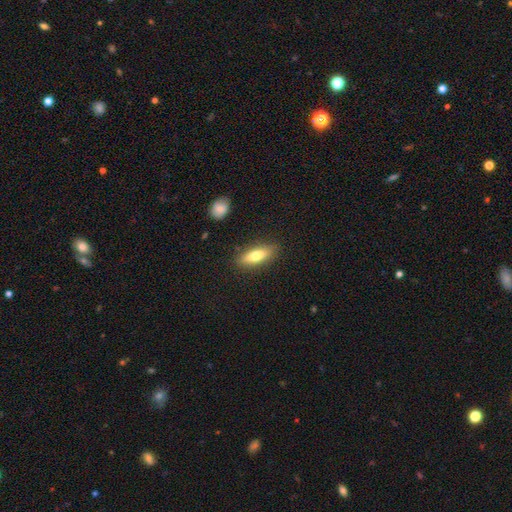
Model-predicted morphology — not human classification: The model was most divided on "how rounded": in between: 58%, cigar-shaped: 40%, round: 2%. More confident: merging — none (85%); smooth or featured — smooth (72%).